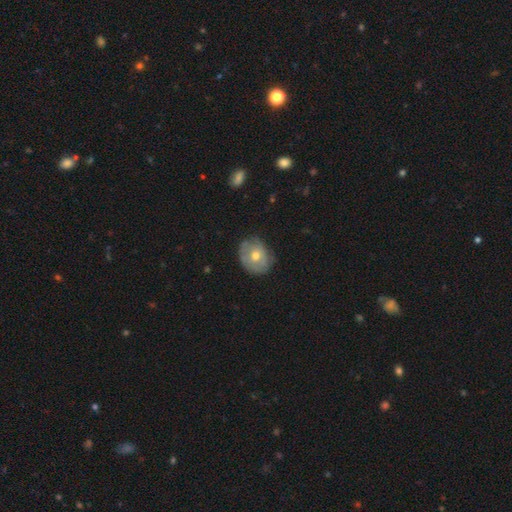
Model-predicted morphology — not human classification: Smooth or featured?
  - smooth: 52% *
  - featured or disk: 40%
  - star or artifact: 8%
How rounded?
  - round: 63% *
  - in between: 36%
  - cigar-shaped: 1%
Merging?
  - none: 71% *
  - minor disturbance: 23%
  - major disturbance: 5%
  - merger: 1%